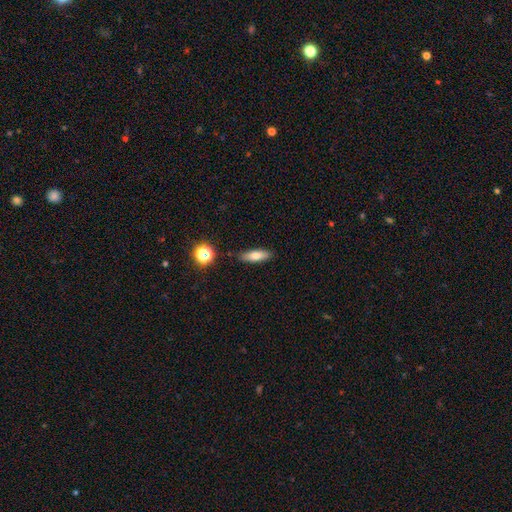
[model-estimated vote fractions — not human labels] A smooth galaxy with no disk features (71%) that is in between round and cigar-shaped (54%). Merging: none (87%).